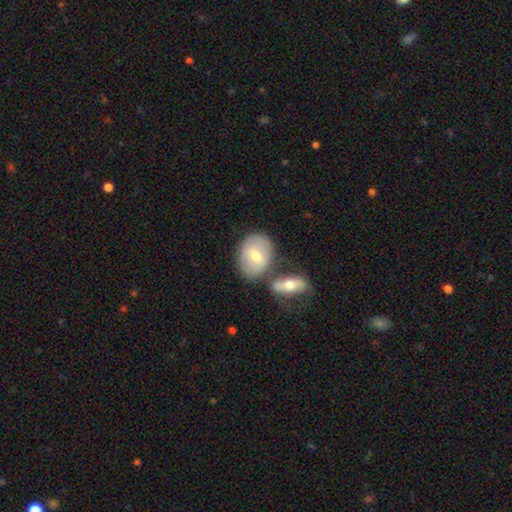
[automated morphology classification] Overall: smooth (63%; featured or disk 31%). How rounded: in between (64%; round 34%). Merging: none (52%; merger 30%).